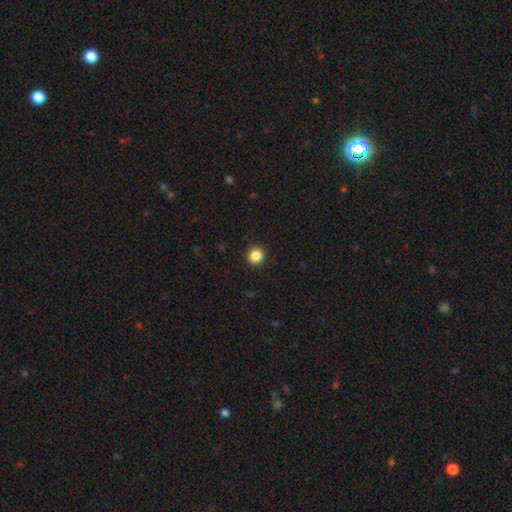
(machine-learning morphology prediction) A smooth galaxy with no disk features (86%) that is round (91%). Merging: none (93%).